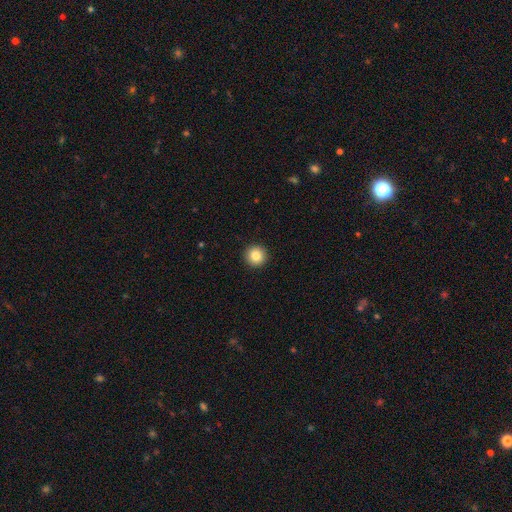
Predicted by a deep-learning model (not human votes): Smooth or featured? Predicted: smooth (p=0.85). How rounded? Predicted: round (p=0.96). Merging? Predicted: none (p=0.94).